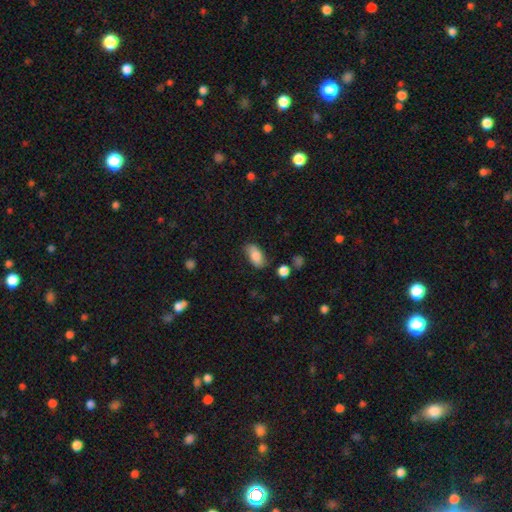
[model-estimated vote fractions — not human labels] Smooth or featured? smooth (81%)
How rounded? in between (92%)
Merging? none (76%)